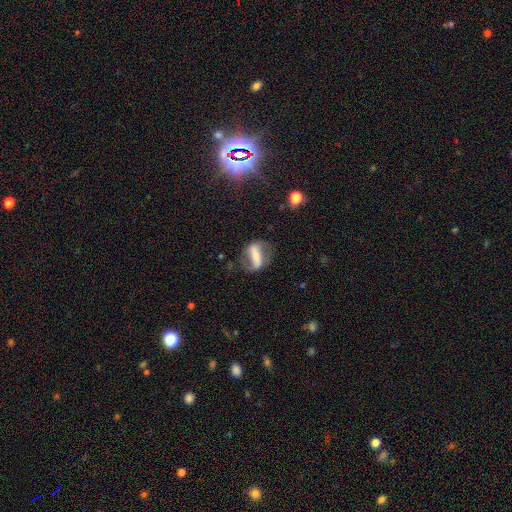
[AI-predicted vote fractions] Smooth or featured? featured or disk (66%)
Edge-on disk? no (83%)
Bar? strong (76%)
Spiral arms? yes (58%)
Bulge size? small (43%)
Merging? none (65%)